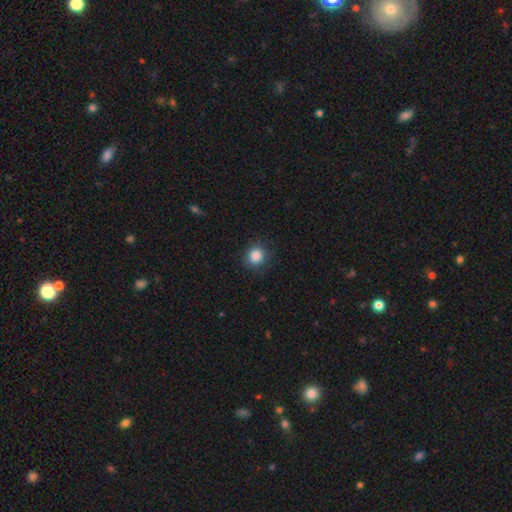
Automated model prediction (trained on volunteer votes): Smooth or featured? Predicted: smooth (p=0.86). How rounded? Predicted: round (p=0.88). Merging? Predicted: none (p=0.87).